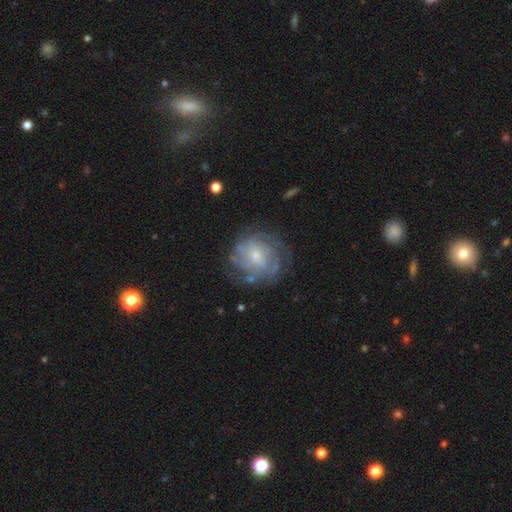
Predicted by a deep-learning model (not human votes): Smooth or featured?
  - featured or disk: 69% *
  - smooth: 23%
  - star or artifact: 8%
Edge-on disk?
  - no: 97% *
  - yes: 3%
Bar?
  - no: 63% *
  - weak: 32%
  - strong: 5%
Spiral arms?
  - yes: 78% *
  - no: 22%
Spiral winding?
  - tight: 56% *
  - medium: 32%
  - loose: 12%
Spiral arm count?
  - can't tell: 53% *
  - 2: 14%
  - 3: 13%
  - 4: 11%
  - more than 4: 5%
  - 1: 5%
Bulge size?
  - small: 52% *
  - moderate: 37%
  - none: 6%
  - large: 4%
  - dominant: 1%
Merging?
  - none: 68% *
  - minor disturbance: 19%
  - major disturbance: 11%
  - merger: 2%